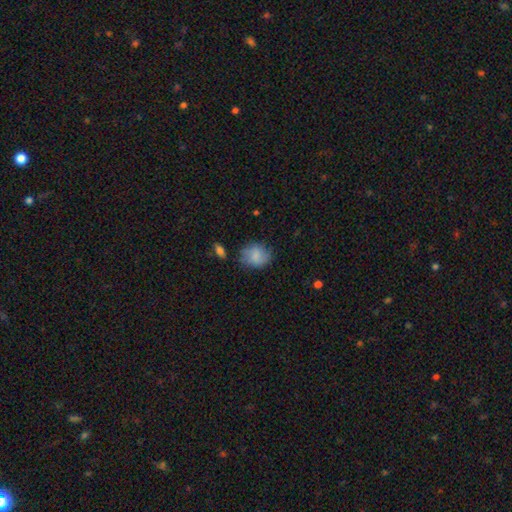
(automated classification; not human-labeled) Smooth or featured? Predicted: smooth (p=0.80). How rounded? Predicted: round (p=0.63). Merging? Predicted: none (p=0.70).